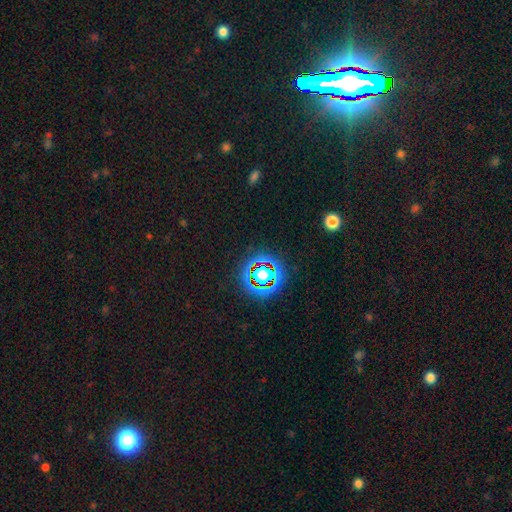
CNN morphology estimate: Q: Smooth or featured?
A: star or artifact (78%); runner-up: smooth (12%)